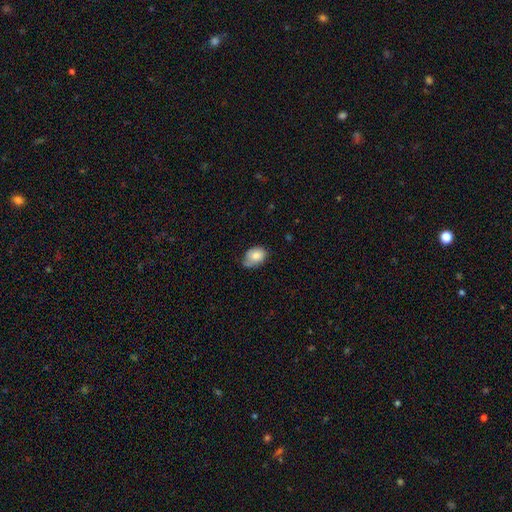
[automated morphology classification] A smooth galaxy with no disk features (79%) that is in between round and cigar-shaped (74%). Merging: none (51%).